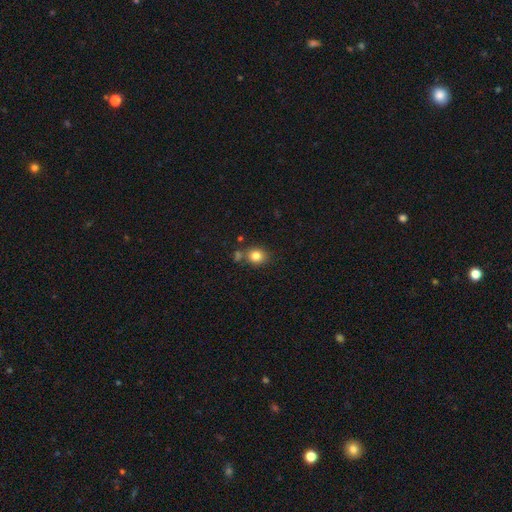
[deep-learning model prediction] Smooth or featured?
  - smooth: 82% *
  - star or artifact: 11%
  - featured or disk: 7%
How rounded?
  - round: 72% *
  - in between: 27%
  - cigar-shaped: 1%
Merging?
  - none: 69% *
  - merger: 15%
  - minor disturbance: 13%
  - major disturbance: 4%